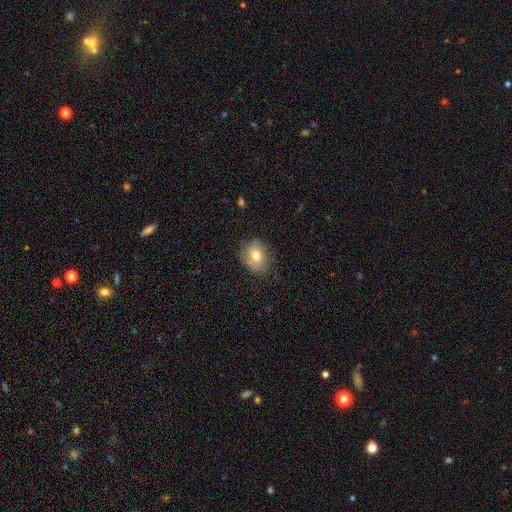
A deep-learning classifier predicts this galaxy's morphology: The model was most divided on "how rounded": round: 54%, in between: 45%, cigar-shaped: 1%. More confident: merging — none (71%); smooth or featured — smooth (71%).